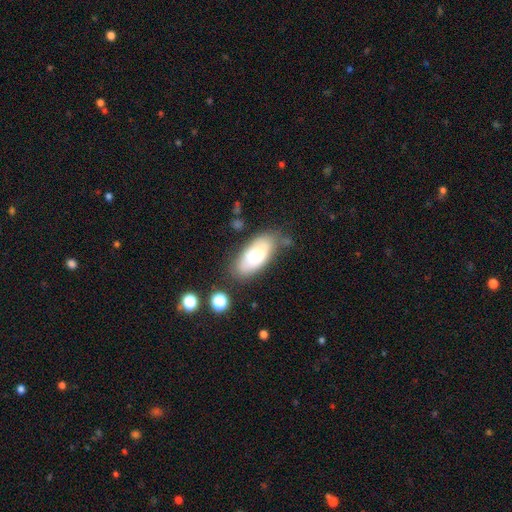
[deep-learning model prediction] Smooth or featured? smooth (72%)
How rounded? in between (87%)
Merging? none (66%)